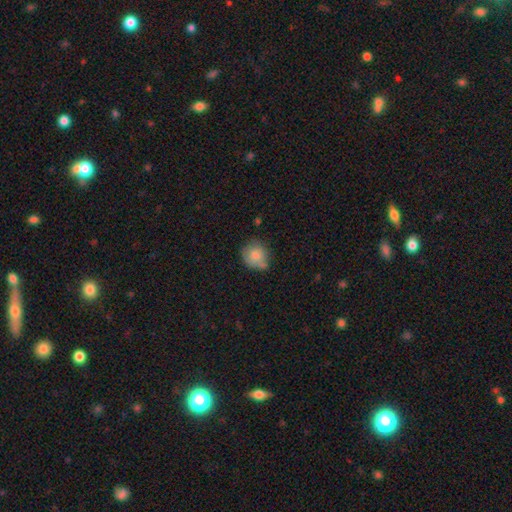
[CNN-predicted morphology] smooth 79%, featured or disk 13%, star or artifact 8%. Down the decision tree: how rounded — round (83%); merging — none (58%).